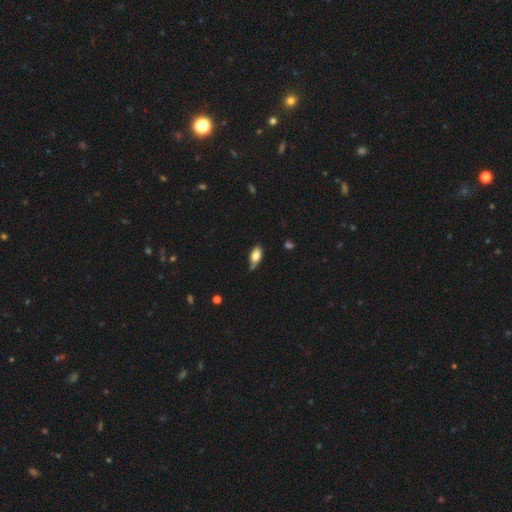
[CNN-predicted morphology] type=smooth (76%); roundness=in between (88%); merging=none (61%).